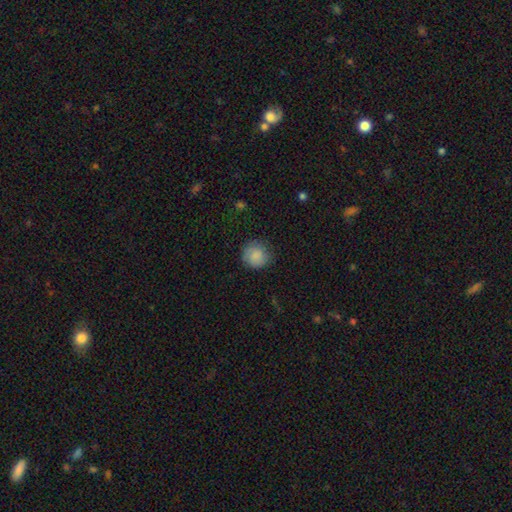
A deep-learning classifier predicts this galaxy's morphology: Smooth or featured?
  - smooth: 85% *
  - star or artifact: 8%
  - featured or disk: 7%
How rounded?
  - round: 91% *
  - in between: 8%
  - cigar-shaped: 1%
Merging?
  - none: 81% *
  - minor disturbance: 15%
  - major disturbance: 4%
  - merger: 1%